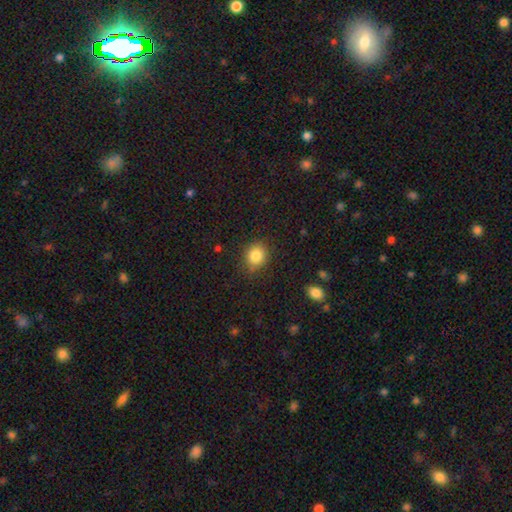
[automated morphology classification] The model was most divided on "how rounded": round: 71%, in between: 28%, cigar-shaped: 1%. More confident: smooth or featured — smooth (84%); merging — none (81%).